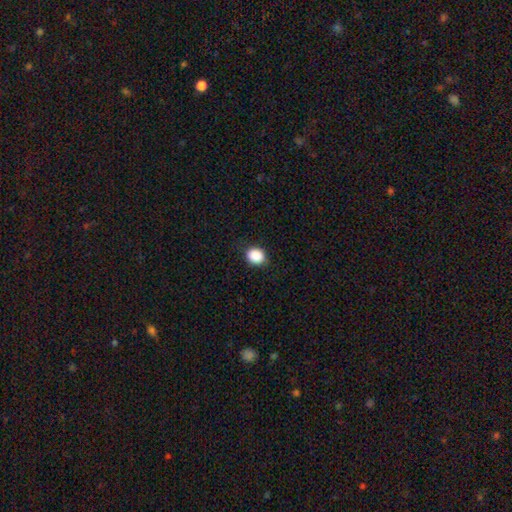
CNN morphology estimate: This appears to be a smooth galaxy with no disk features (89%) that is round (63%). Merging: none (86%).